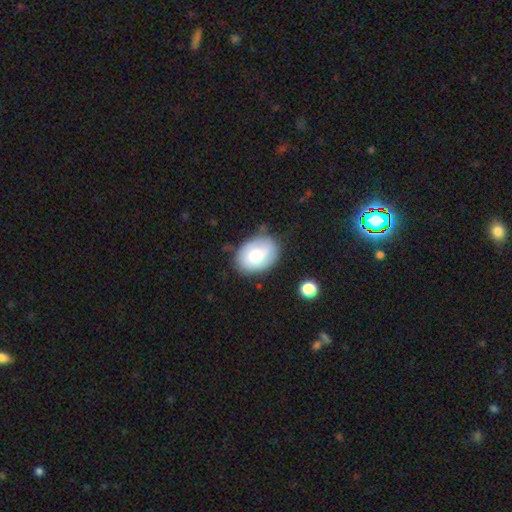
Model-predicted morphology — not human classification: A smooth galaxy with no disk features (63%) that is in between round and cigar-shaped (75%).

Vote fractions:
- Smooth or featured? smooth: 63% / featured or disk: 30% / star or artifact: 7%
- How rounded? in between: 75% / round: 24% / cigar-shaped: 1%
- Merging? none: 70% / minor disturbance: 21% / major disturbance: 6% / merger: 3%